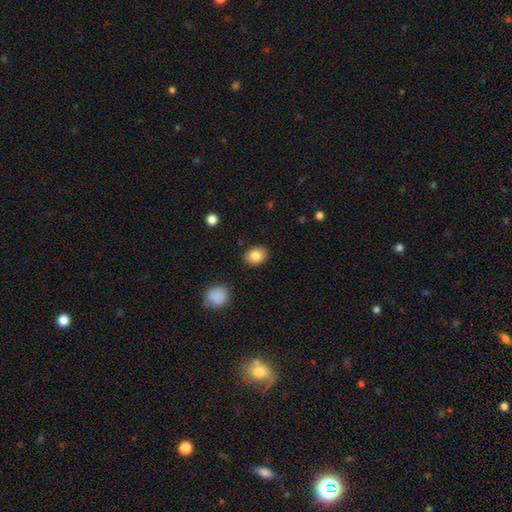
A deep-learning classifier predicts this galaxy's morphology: The model was most divided on "how rounded": in between: 60%, round: 39%, cigar-shaped: 1%. More confident: merging — none (87%); smooth or featured — smooth (83%).